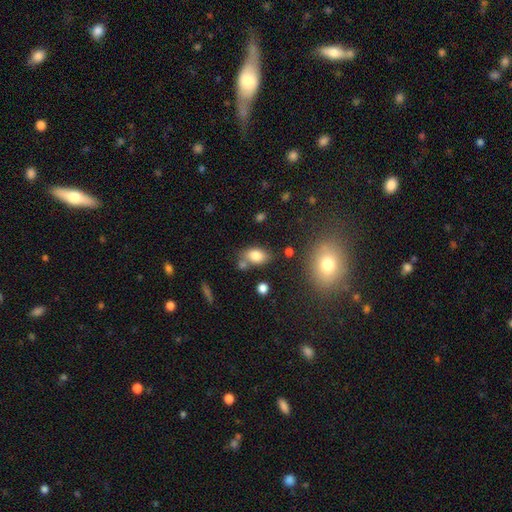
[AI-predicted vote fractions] Morphology: type=smooth (81%); roundness=in between (86%); merging=none (60%).